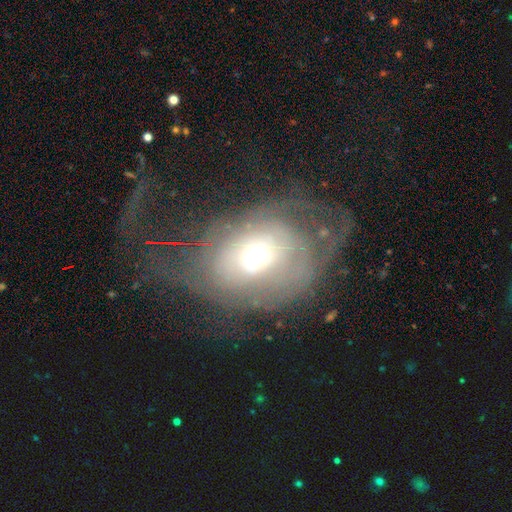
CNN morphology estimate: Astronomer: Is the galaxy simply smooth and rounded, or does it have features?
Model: featured or disk — 56% (runner-up: smooth, 34%).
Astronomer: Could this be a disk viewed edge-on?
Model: no — 95%.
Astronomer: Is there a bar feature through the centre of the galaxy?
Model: no — 79%.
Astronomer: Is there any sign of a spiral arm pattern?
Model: no — 57% (runner-up: yes, 43%).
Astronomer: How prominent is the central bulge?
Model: moderate — 63%.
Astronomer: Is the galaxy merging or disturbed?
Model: major disturbance — 52% (runner-up: none, 28%).